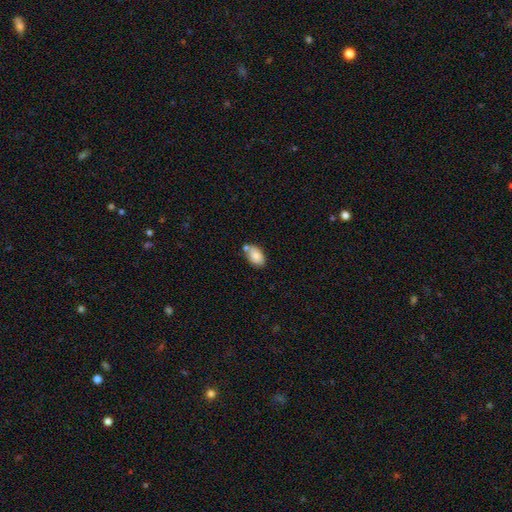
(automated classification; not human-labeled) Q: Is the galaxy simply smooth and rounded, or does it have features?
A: smooth — 83%.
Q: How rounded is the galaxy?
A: in between — 93%.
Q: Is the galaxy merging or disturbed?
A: none — 58%.